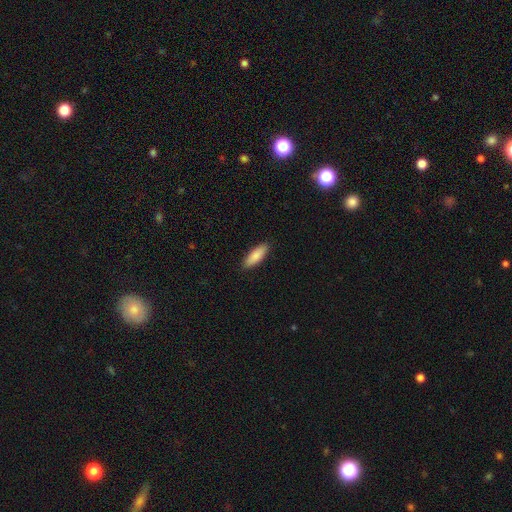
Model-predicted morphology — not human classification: Smooth or featured? smooth (86%)
How rounded? in between (58%)
Merging? none (89%)